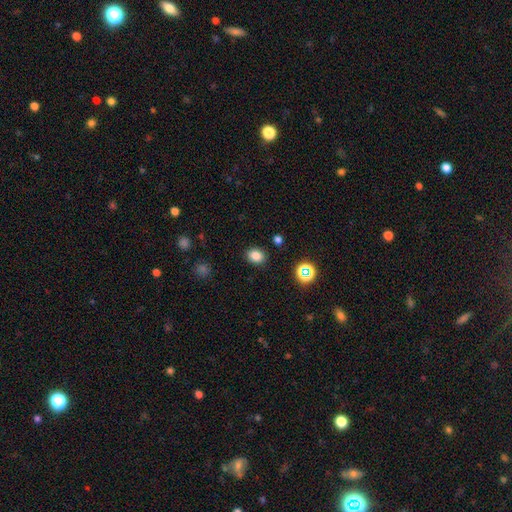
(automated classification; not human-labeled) A smooth galaxy with no disk features (81%) that is round (53%).

Vote fractions:
- Smooth or featured? smooth: 81% / star or artifact: 14% / featured or disk: 5%
- How rounded? round: 53% / in between: 47% / cigar-shaped: 1%
- Merging? none: 87% / minor disturbance: 8% / major disturbance: 3% / merger: 2%